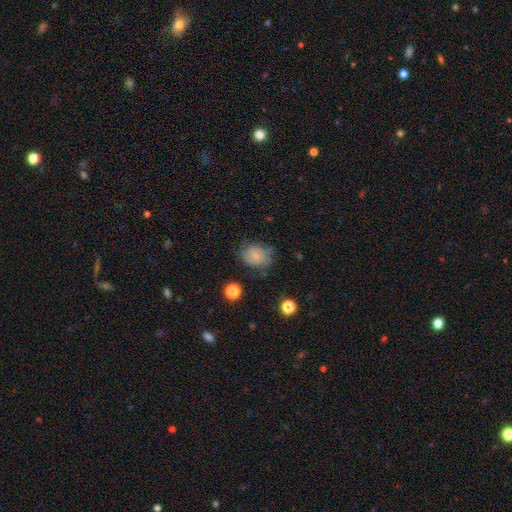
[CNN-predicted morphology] A smooth galaxy with no disk features (64%) that is round (57%). Merging: none (59%).